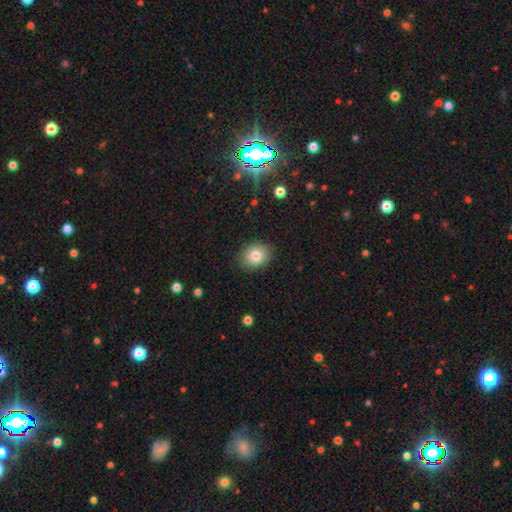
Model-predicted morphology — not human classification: smooth 80%, featured or disk 10%, star or artifact 10%. Down the decision tree: how rounded — round (53%); merging — none (87%).